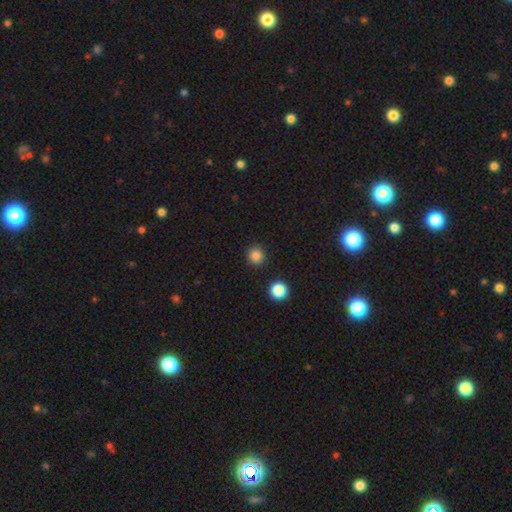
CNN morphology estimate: Smooth or featured? smooth (84%)
How rounded? round (92%)
Merging? none (90%)